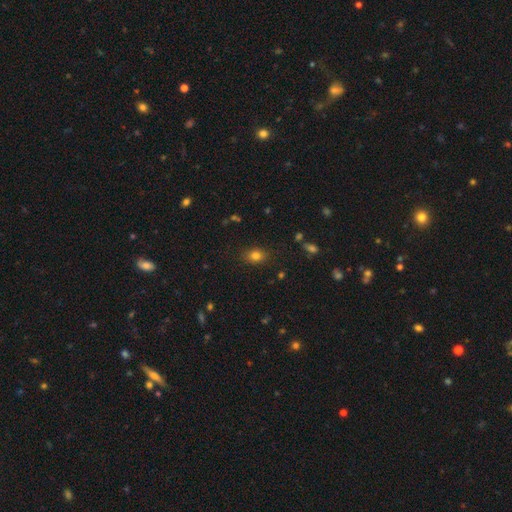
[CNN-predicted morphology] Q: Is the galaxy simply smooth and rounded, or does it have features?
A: smooth — 80%.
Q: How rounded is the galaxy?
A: in between — 65%.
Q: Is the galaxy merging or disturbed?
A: none — 83%.